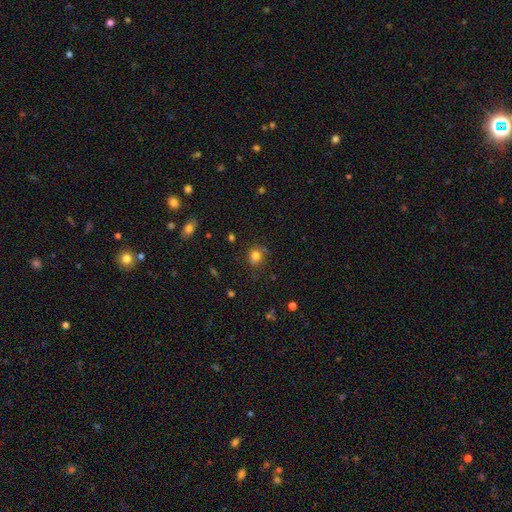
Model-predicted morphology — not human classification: A smooth galaxy with no disk features (80%) that is round (80%). Merging: none (76%).